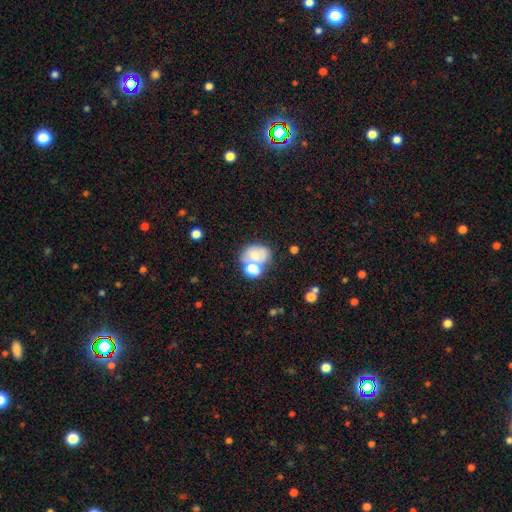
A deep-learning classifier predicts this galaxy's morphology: Q: Smooth or featured?
A: smooth (60%); runner-up: featured or disk (26%)
Q: How rounded?
A: in between (51%); runner-up: round (48%)
Q: Merging?
A: merger (41%); runner-up: none (33%)